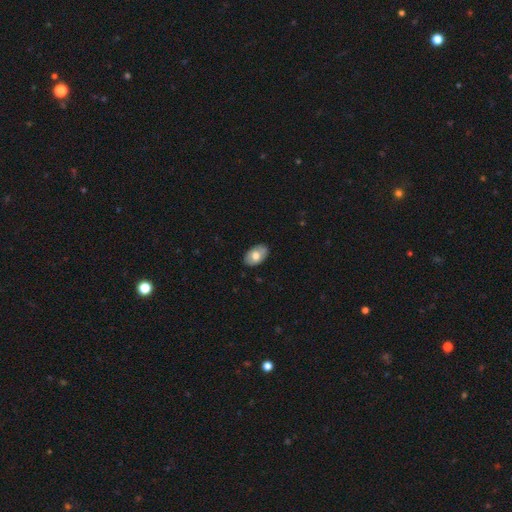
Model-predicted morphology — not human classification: This appears to be a smooth galaxy with no disk features (68%) that is in between round and cigar-shaped (92%). Merging: none (84%).